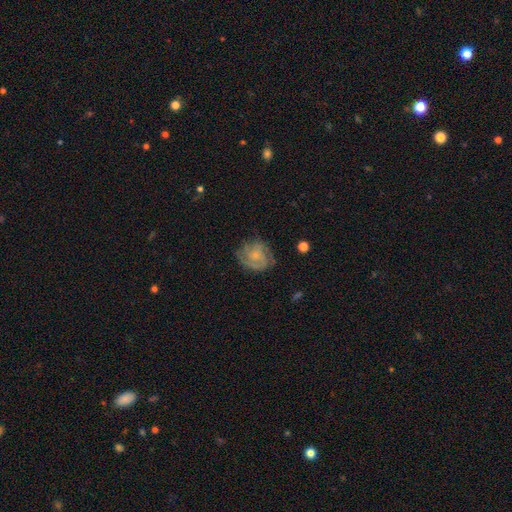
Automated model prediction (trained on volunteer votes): A featured or disk galaxy (66%) with no bar (77%), tight (54%) spiral arms (88%) and a small central bulge (65%). Merging: none (69%).